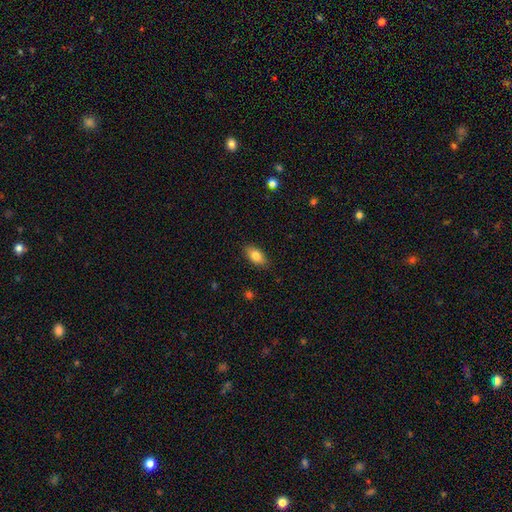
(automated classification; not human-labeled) smooth 80%, featured or disk 12%, star or artifact 7%. Down the decision tree: how rounded — in between (89%); merging — none (87%).